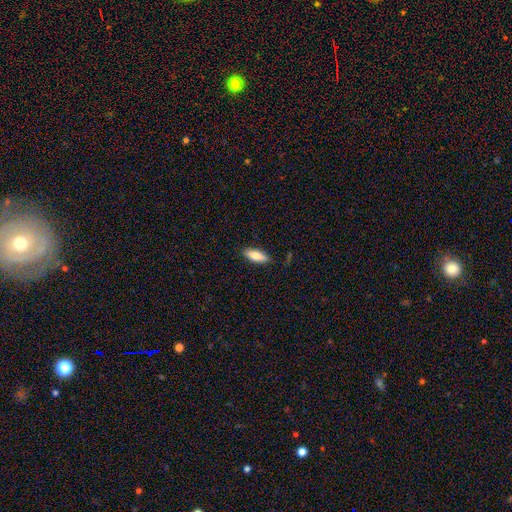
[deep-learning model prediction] smooth 73%, featured or disk 21%, star or artifact 6%. Down the decision tree: how rounded — in between (63%); merging — none (86%).